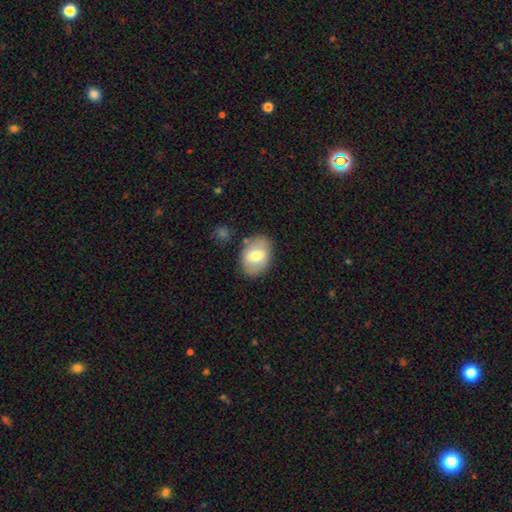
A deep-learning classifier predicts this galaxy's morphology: smooth_or_featured: smooth (p=0.66) [alt: featured or disk p=0.27]
how_rounded: in between (p=0.74) [alt: round p=0.24]
merging: none (p=0.80) [alt: minor disturbance p=0.12]